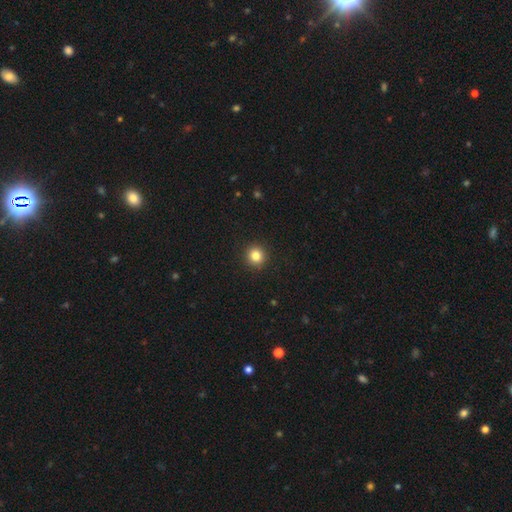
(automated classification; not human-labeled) Overall: smooth (83%). How rounded: round (94%). Merging: none (93%).